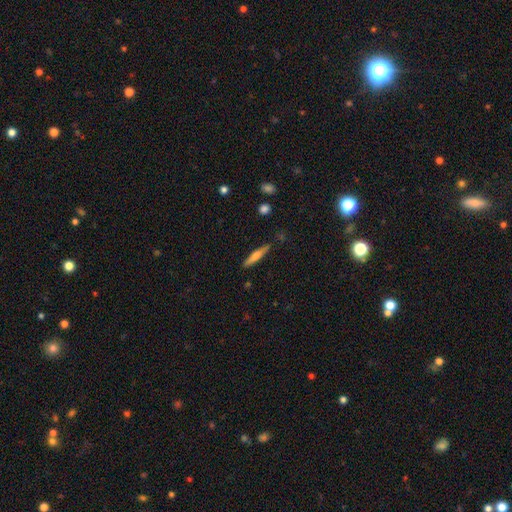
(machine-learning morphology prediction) This is possibly a smooth galaxy (54%). How rounded: clearly cigar-shaped (89%). Merging: clearly none (85%).